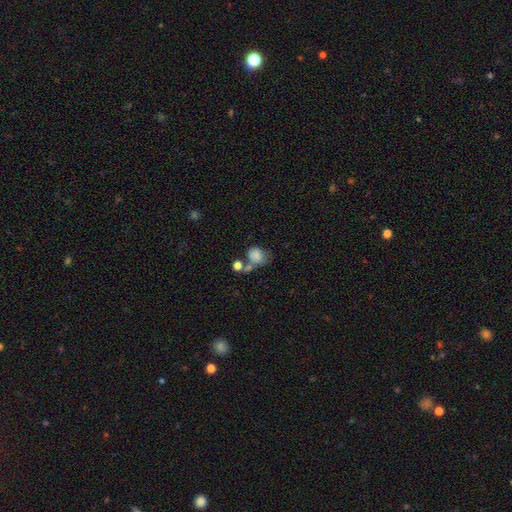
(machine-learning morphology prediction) Smooth or featured: smooth — 78% (featured or disk — 12%)
How rounded: round — 53% (in between — 46%)
Merging: none — 35% (merger — 34%)